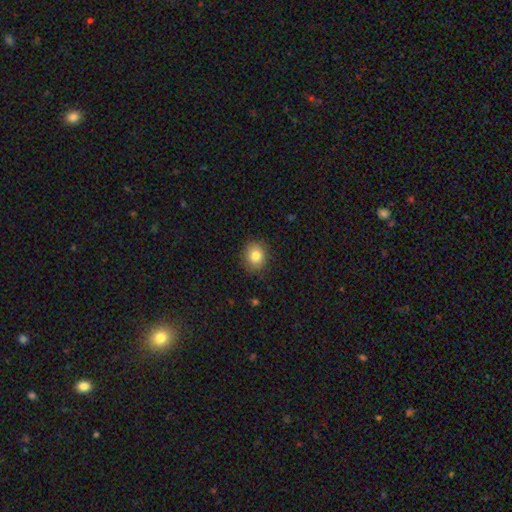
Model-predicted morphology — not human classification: The model was most divided on "how rounded": round: 66%, in between: 33%, cigar-shaped: 1%. More confident: merging — none (87%); smooth or featured — smooth (82%).